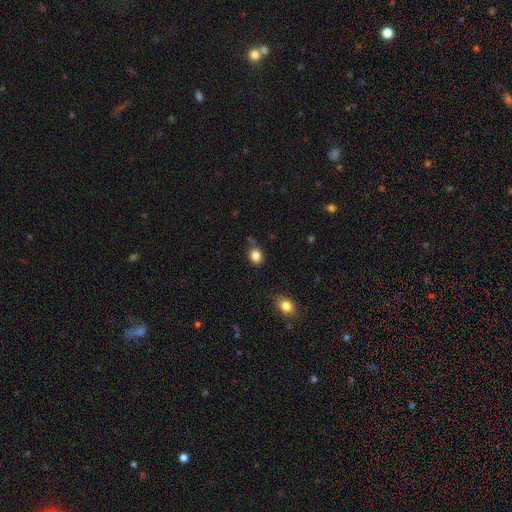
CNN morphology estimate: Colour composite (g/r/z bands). It shows a smooth galaxy with no disk features (84%) that is round (68%). Merging: none (76%).